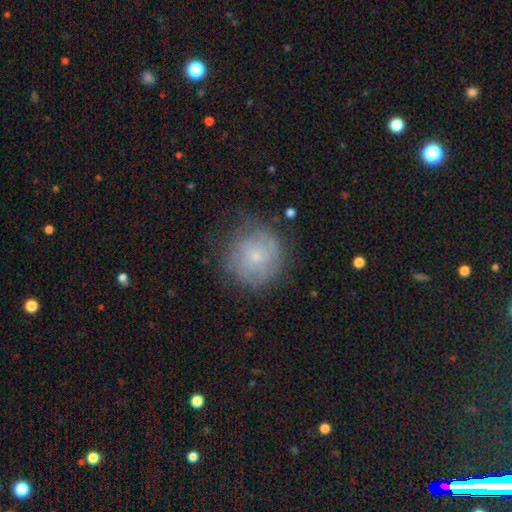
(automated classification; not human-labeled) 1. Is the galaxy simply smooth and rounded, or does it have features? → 54% featured or disk, 36% smooth, 10% star or artifact.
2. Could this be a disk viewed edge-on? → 97% no, 3% yes.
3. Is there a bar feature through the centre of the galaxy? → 79% no, 19% weak, 3% strong.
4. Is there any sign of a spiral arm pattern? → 80% yes, 20% no.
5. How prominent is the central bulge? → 68% small, 26% moderate, 3% none, 1% large, 1% dominant.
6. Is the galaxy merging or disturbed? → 72% none, 19% minor disturbance, 8% major disturbance, 1% merger.